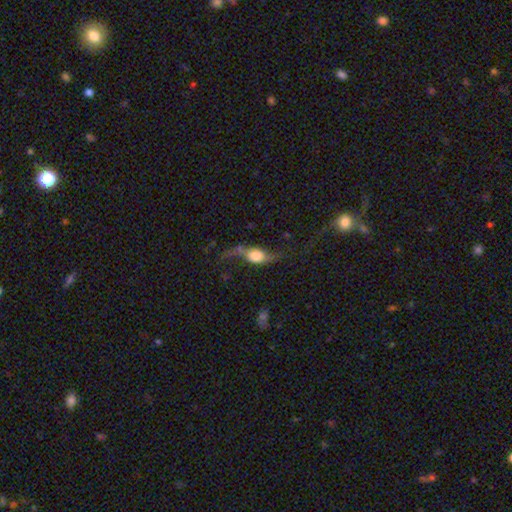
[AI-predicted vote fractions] smooth_or_featured: featured or disk (p=0.62) [alt: smooth p=0.29]
disk_edge_on: no (p=0.66) [alt: yes p=0.34]
merging: none (p=0.46) [alt: major disturbance p=0.28]